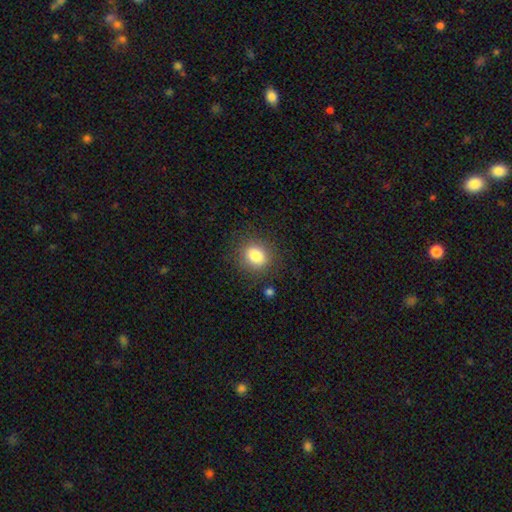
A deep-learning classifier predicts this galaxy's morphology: The model was most divided on "how rounded": round: 64%, in between: 35%, cigar-shaped: 1%. More confident: merging — none (85%); smooth or featured — smooth (83%).